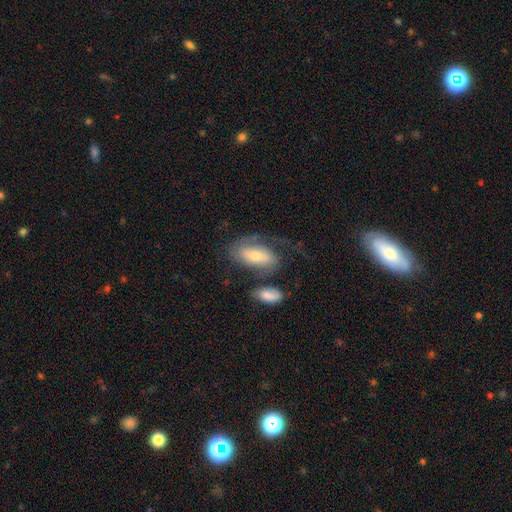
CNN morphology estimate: featured or disk 61%, smooth 28%, star or artifact 11%. Down the decision tree: edge-on disk — no (91%); bar — no (54%); spiral arms — yes (80%); bulge size — moderate (52%); merging — none (55%).